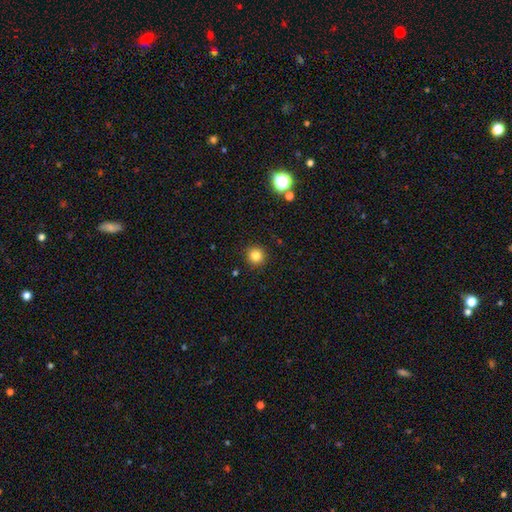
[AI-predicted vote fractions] smooth 82%, star or artifact 13%, featured or disk 5%. Down the decision tree: how rounded — round (95%); merging — none (92%).